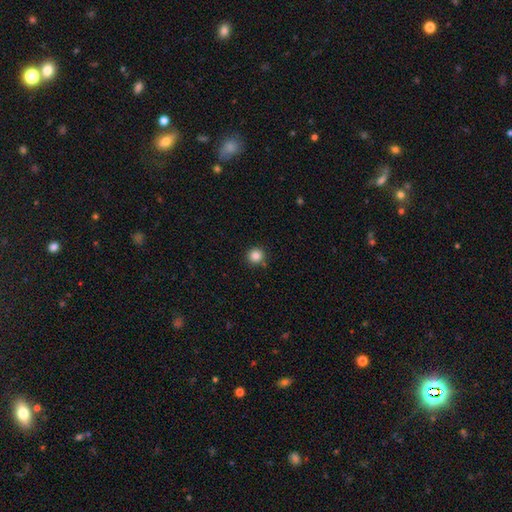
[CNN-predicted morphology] Smooth or featured? smooth (85%)
How rounded? round (94%)
Merging? none (87%)